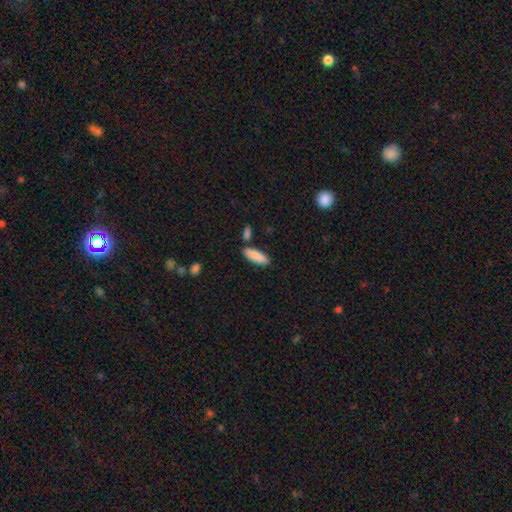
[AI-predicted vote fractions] Smooth or featured: smooth — 89% (featured or disk — 6%)
How rounded: in between — 54% (cigar-shaped — 44%)
Merging: none — 79% (minor disturbance — 10%)